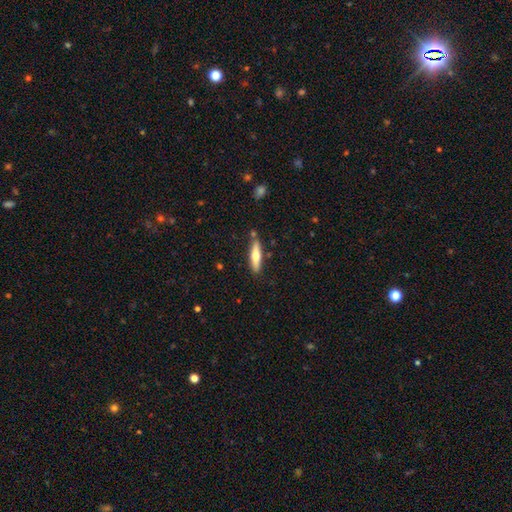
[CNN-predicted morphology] smooth_or_featured: smooth (p=0.53) [alt: featured or disk p=0.41]
how_rounded: cigar-shaped (p=0.76) [alt: in between p=0.23]
merging: none (p=0.83) [alt: minor disturbance p=0.11]